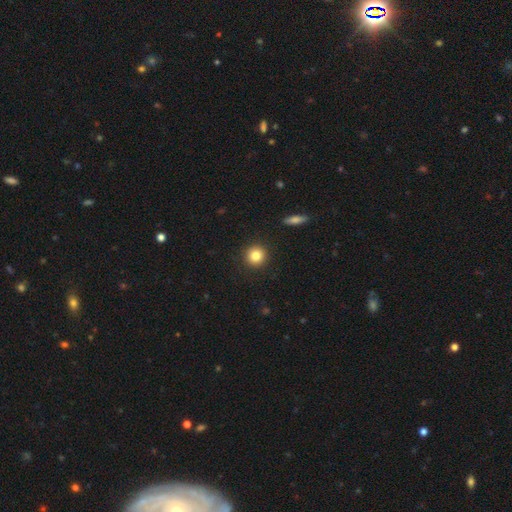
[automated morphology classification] Smooth or featured?
  - smooth: 83% *
  - star or artifact: 10%
  - featured or disk: 7%
How rounded?
  - round: 93% *
  - in between: 6%
  - cigar-shaped: 1%
Merging?
  - none: 92% *
  - minor disturbance: 5%
  - major disturbance: 2%
  - merger: 1%